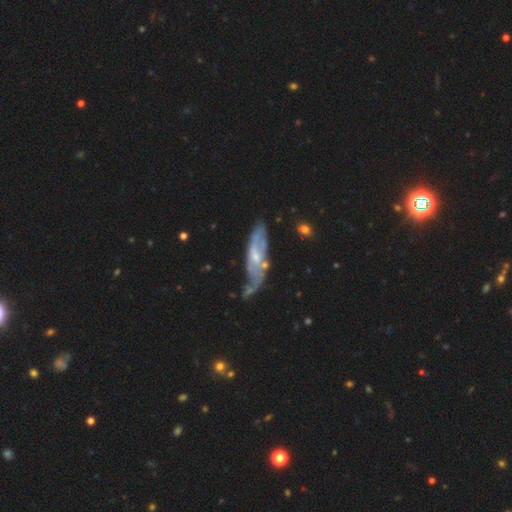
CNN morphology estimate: Smooth or featured? Predicted: featured or disk (p=0.71). Edge-on disk? Predicted: no (p=0.74). Bar? Predicted: no (p=0.57). Spiral arms? Predicted: yes (p=0.71). Bulge size? Predicted: small (p=0.59). Merging? Predicted: none (p=0.49).